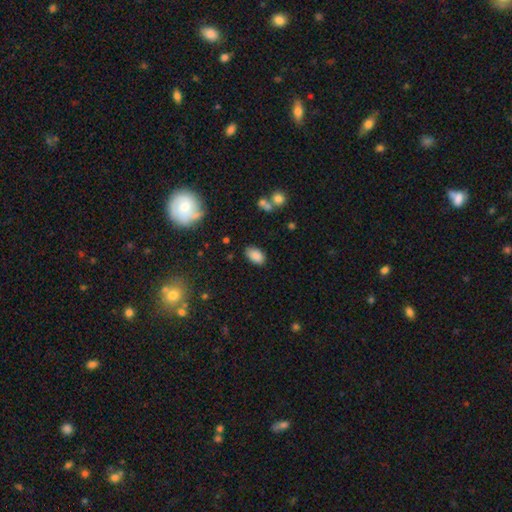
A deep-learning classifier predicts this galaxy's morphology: A smooth galaxy with no disk features (86%) that is in between round and cigar-shaped (93%). Merging: none (84%).